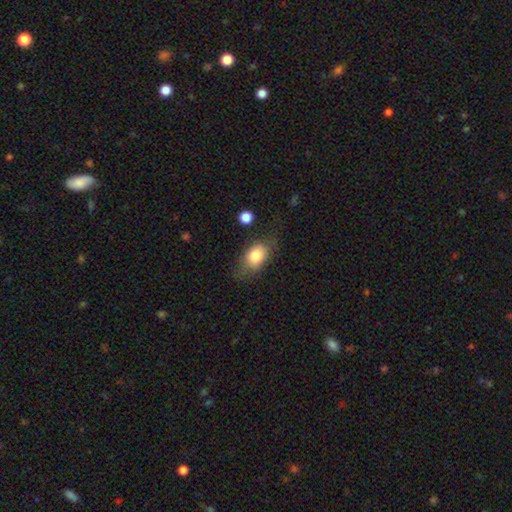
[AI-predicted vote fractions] This appears to be a smooth galaxy with no disk features (79%) that is in between round and cigar-shaped (80%). Merging: none (62%).